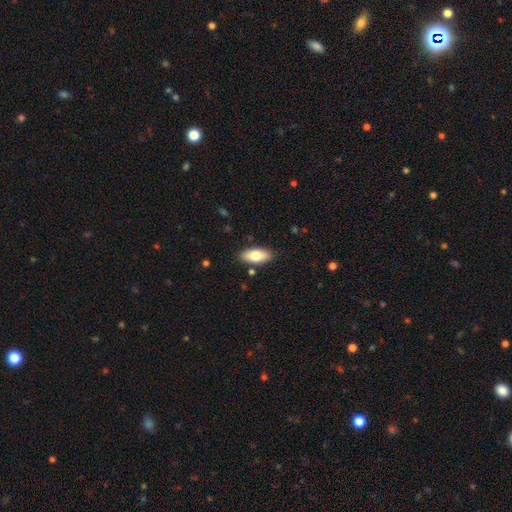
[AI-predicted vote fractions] Q: Smooth or featured?
A: smooth (75%); runner-up: featured or disk (18%)
Q: How rounded?
A: in between (88%); runner-up: cigar-shaped (10%)
Q: Merging?
A: none (86%); runner-up: minor disturbance (10%)